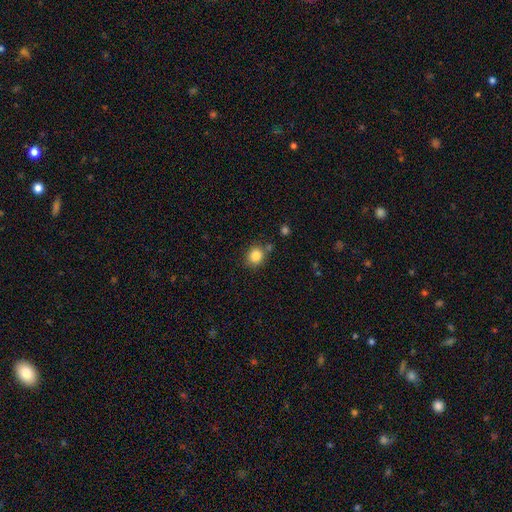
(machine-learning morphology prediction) smooth 84%, star or artifact 10%, featured or disk 5%. Down the decision tree: how rounded — round (76%); merging — none (78%).